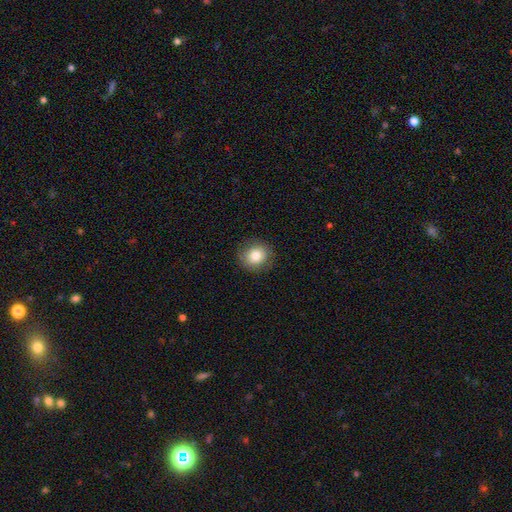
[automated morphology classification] The model was most divided on "smooth or featured": smooth: 81%, featured or disk: 10%, star or artifact: 10%. More confident: how rounded — round (88%); merging — none (87%).